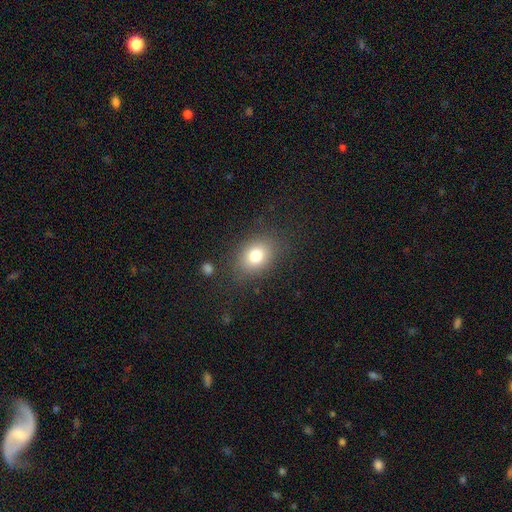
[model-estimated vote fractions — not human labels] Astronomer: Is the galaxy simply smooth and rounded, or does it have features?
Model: smooth — 77%.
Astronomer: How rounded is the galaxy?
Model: in between — 59% (runner-up: round, 40%).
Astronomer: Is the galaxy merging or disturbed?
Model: none — 81%.